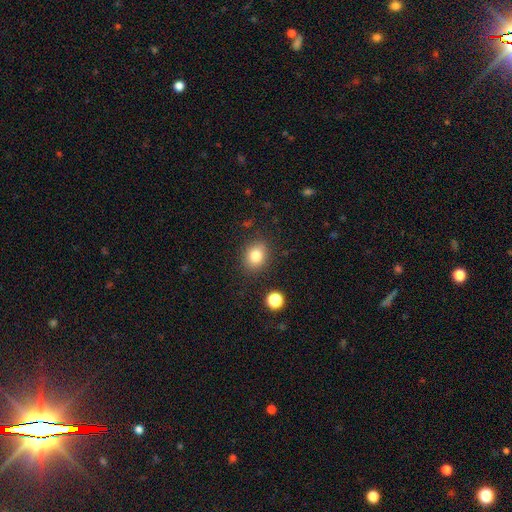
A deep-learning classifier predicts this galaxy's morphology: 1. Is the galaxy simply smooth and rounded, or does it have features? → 80% smooth, 11% star or artifact, 8% featured or disk.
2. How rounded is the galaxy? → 57% round, 42% in between, 1% cigar-shaped.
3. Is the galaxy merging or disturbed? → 85% none, 10% minor disturbance, 3% major disturbance, 2% merger.